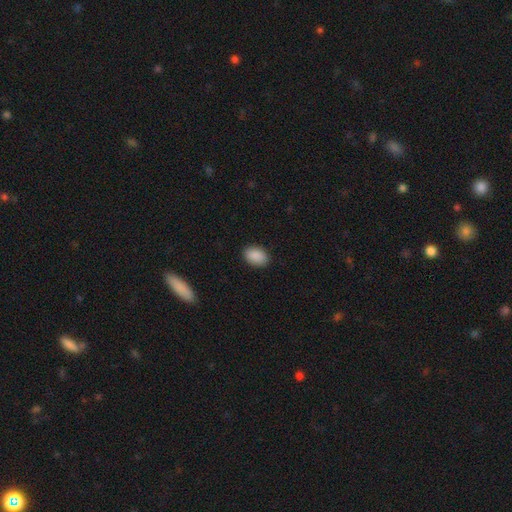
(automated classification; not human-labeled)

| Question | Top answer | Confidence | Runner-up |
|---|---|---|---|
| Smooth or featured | smooth | 90% | star or artifact (7%) |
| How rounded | in between | 84% | round (15%) |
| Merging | none | 88% | minor disturbance (9%) |